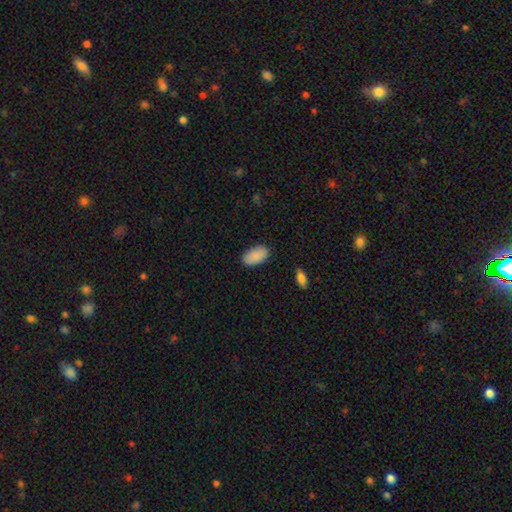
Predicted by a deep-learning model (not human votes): A smooth galaxy with no disk features (90%) that is in between round and cigar-shaped (95%). Merging: none (86%).